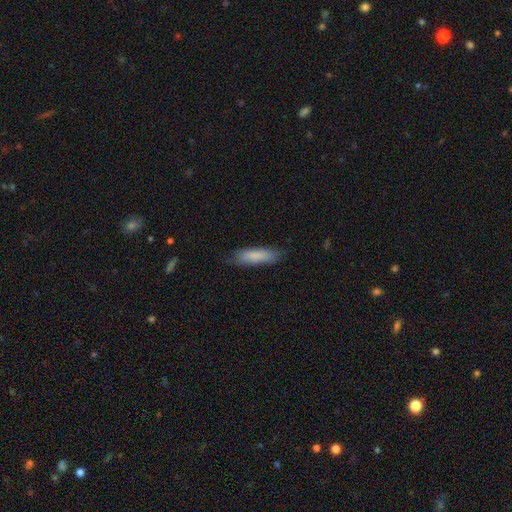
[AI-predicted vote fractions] Q: Smooth or featured?
A: smooth (84%); runner-up: featured or disk (11%)
Q: How rounded?
A: cigar-shaped (64%); runner-up: in between (35%)
Q: Merging?
A: none (79%); runner-up: minor disturbance (17%)